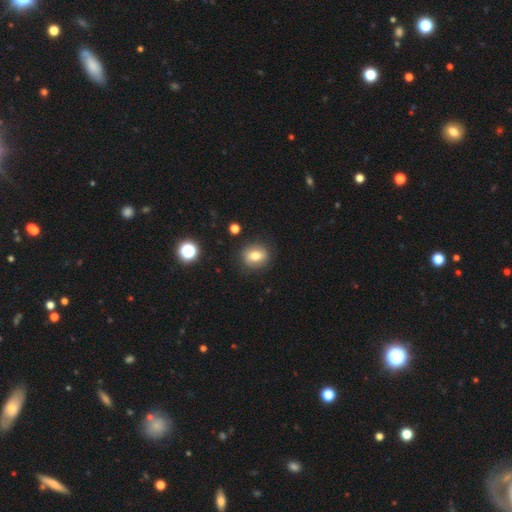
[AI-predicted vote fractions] smooth-or-featured: smooth: 73% | featured or disk: 16% | star or artifact: 11%
  how-rounded: round: 58% | in between: 41% | cigar-shaped: 2%
  merging: none: 86% | minor disturbance: 10% | major disturbance: 3% | merger: 2%